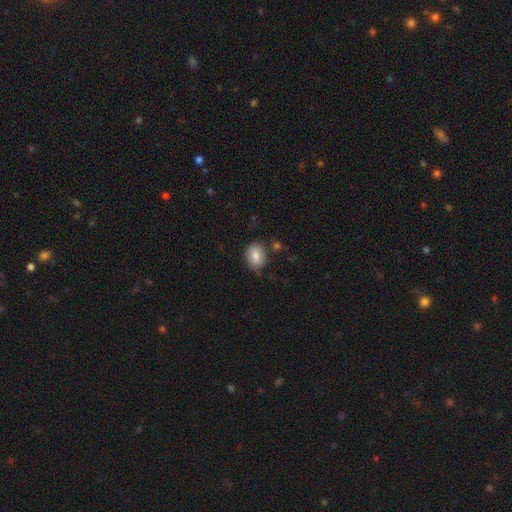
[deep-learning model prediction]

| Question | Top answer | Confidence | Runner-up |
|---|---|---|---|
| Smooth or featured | smooth | 81% | featured or disk (11%) |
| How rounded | in between | 53% | round (46%) |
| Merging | none | 79% | minor disturbance (14%) |